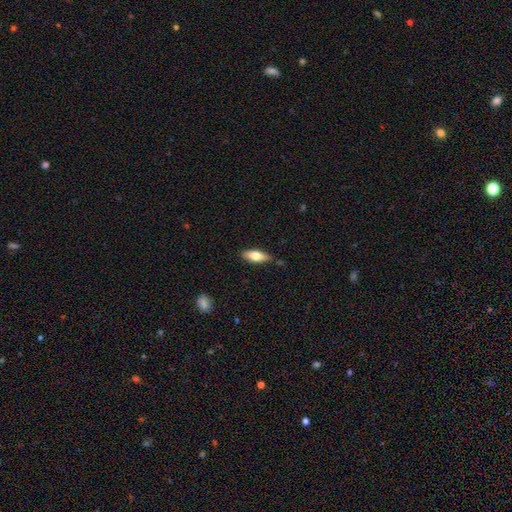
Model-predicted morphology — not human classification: type=smooth (70%); roundness=in between (70%); merging=none (78%).